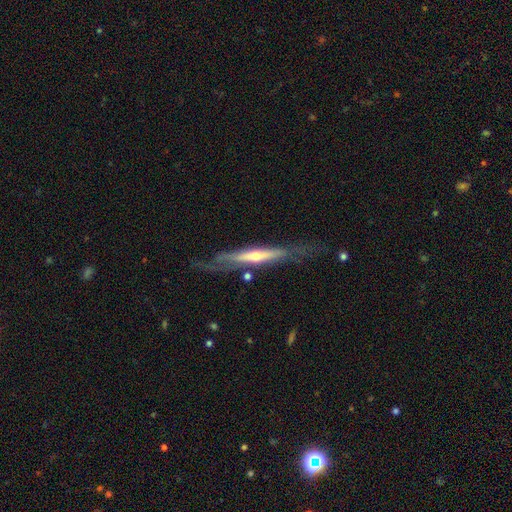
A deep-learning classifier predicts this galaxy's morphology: The model was most divided on "merging": none: 64%, minor disturbance: 20%, major disturbance: 12%, merger: 4%. More confident: edge-on disk — yes (83%); edge-on bulge — rounded (76%); smooth or featured — featured or disk (74%).